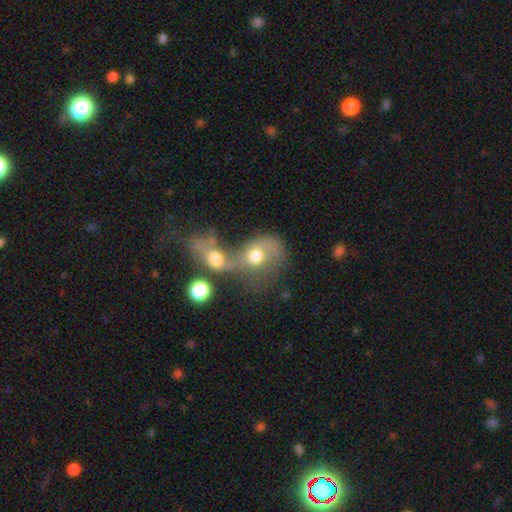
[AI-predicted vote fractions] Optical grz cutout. It shows a smooth galaxy with no disk features (56%) that is round (52%). Merging: merger (71%).